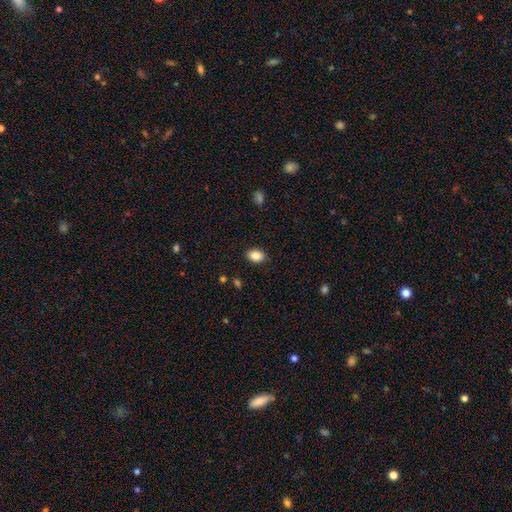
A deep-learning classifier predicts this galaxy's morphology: smooth 87%, star or artifact 8%, featured or disk 5%. Down the decision tree: how rounded — in between (83%); merging — none (88%).